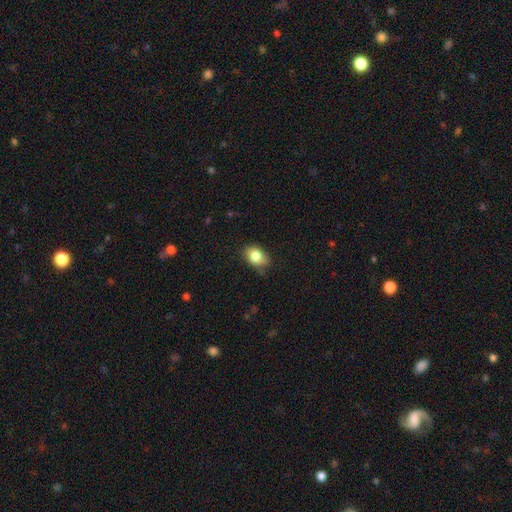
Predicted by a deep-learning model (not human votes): A smooth galaxy with no disk features (82%) that is in between round and cigar-shaped (76%). Merging: none (66%).